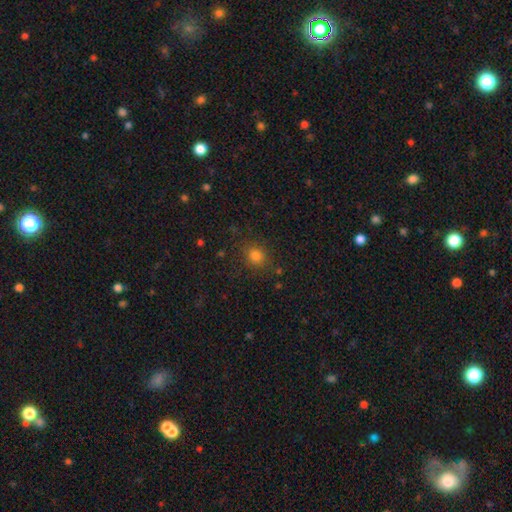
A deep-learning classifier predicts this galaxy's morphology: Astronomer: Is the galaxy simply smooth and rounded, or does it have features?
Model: smooth — 79%.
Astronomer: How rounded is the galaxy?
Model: round — 78%.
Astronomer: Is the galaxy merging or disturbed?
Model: none — 85%.